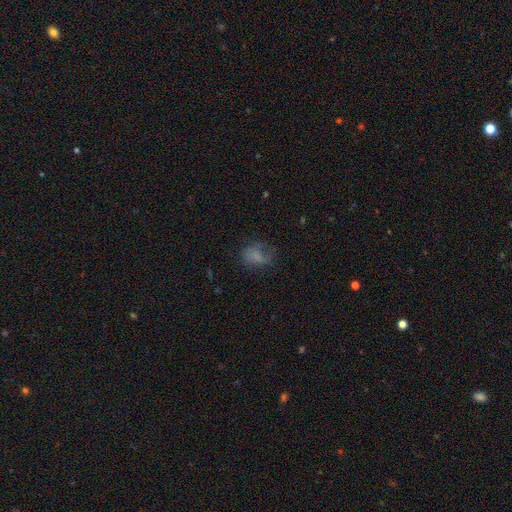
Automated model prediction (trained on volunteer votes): smooth-or-featured: smooth: 62% | featured or disk: 22% | star or artifact: 16%
  how-rounded: in between: 59% | round: 39% | cigar-shaped: 2%
  merging: none: 46% | major disturbance: 26% | minor disturbance: 26% | merger: 2%